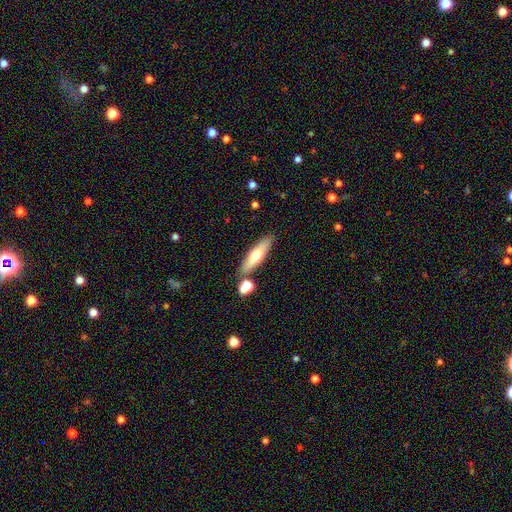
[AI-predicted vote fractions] This appears to be a smooth galaxy with no disk features (58%) that is cigar-shaped (69%). Merging: none (78%).